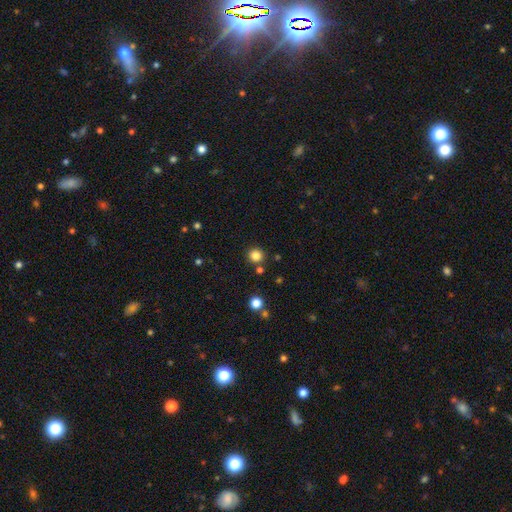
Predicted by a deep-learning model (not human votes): A smooth galaxy with no disk features (83%) that is round (94%). Merging: none (86%).